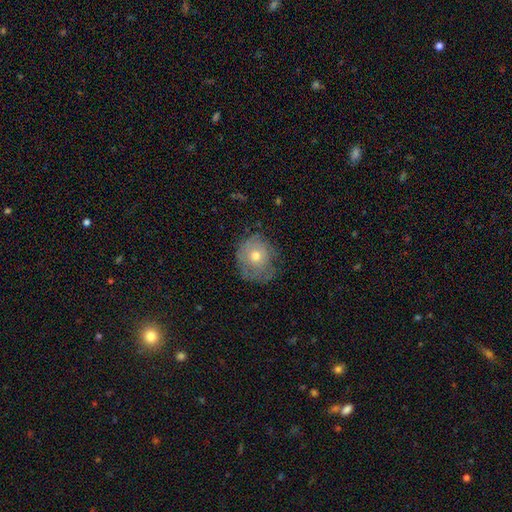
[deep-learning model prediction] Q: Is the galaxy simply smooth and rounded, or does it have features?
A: smooth — 50%.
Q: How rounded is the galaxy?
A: round — 79%.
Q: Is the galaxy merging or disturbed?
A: none — 59%.